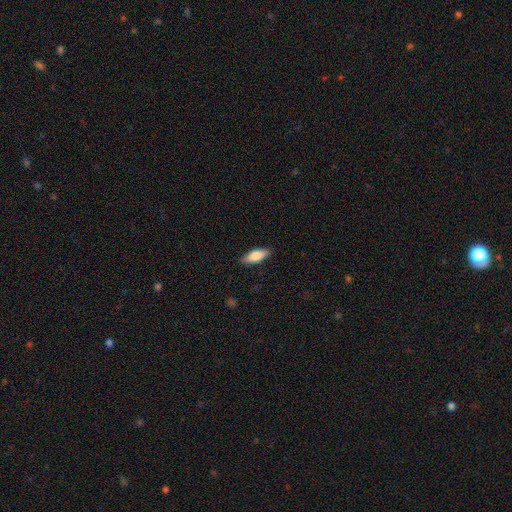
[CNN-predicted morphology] type=smooth (76%); roundness=in between (69%); merging=none (87%).